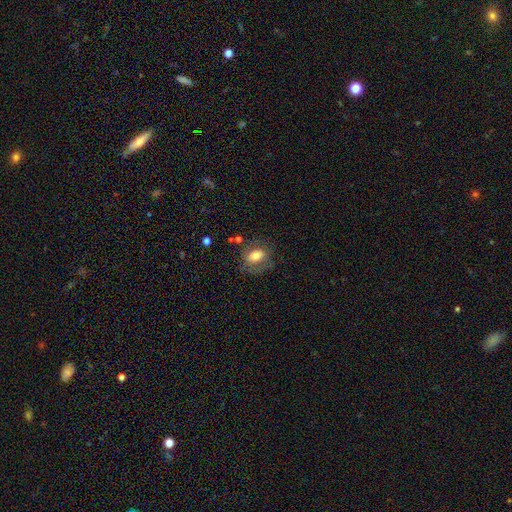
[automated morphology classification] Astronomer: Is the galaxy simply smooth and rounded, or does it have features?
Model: smooth — 65%.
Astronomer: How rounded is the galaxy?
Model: in between — 68%.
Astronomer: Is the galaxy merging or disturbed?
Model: none — 62%.